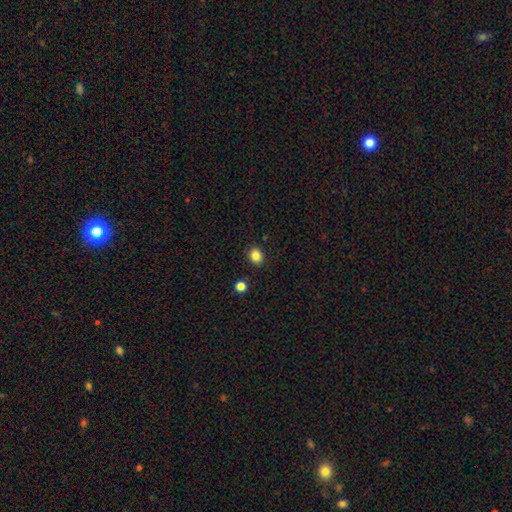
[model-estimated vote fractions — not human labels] smooth-or-featured: smooth: 84% | star or artifact: 11% | featured or disk: 4%
  how-rounded: round: 62% | in between: 37% | cigar-shaped: 1%
  merging: none: 89% | minor disturbance: 7% | merger: 2% | major disturbance: 2%